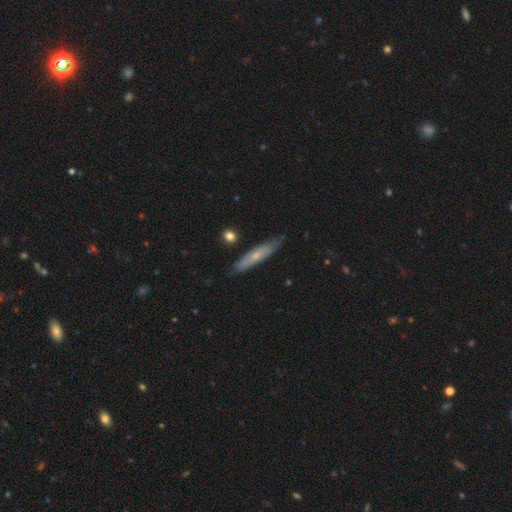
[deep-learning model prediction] Smooth or featured?
  - featured or disk: 48% *
  - smooth: 46%
  - star or artifact: 6%
Merging?
  - none: 77% *
  - minor disturbance: 18%
  - major disturbance: 3%
  - merger: 2%